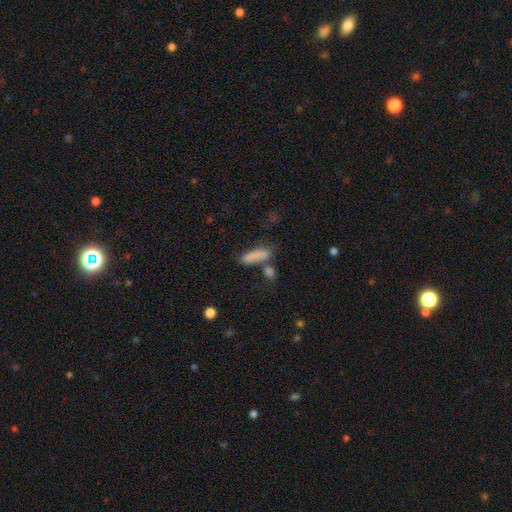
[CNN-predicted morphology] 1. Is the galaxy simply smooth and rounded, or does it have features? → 81% smooth, 10% featured or disk, 9% star or artifact.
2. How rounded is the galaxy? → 53% cigar-shaped, 44% in between, 3% round.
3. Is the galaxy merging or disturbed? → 49% none, 26% merger, 17% minor disturbance, 8% major disturbance.